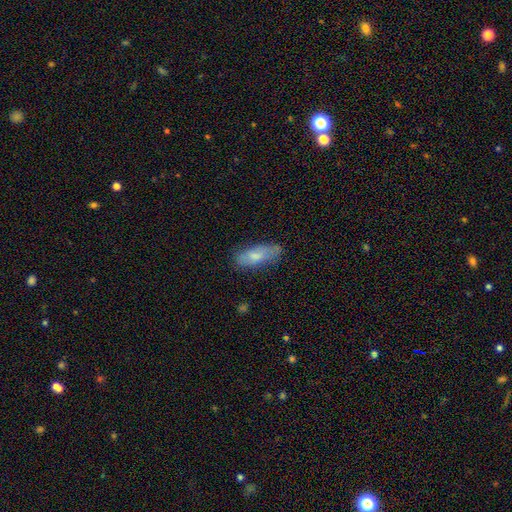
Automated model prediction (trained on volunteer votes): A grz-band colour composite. It shows a smooth galaxy with no disk features (71%) that is in between round and cigar-shaped (69%). Merging: none (70%).